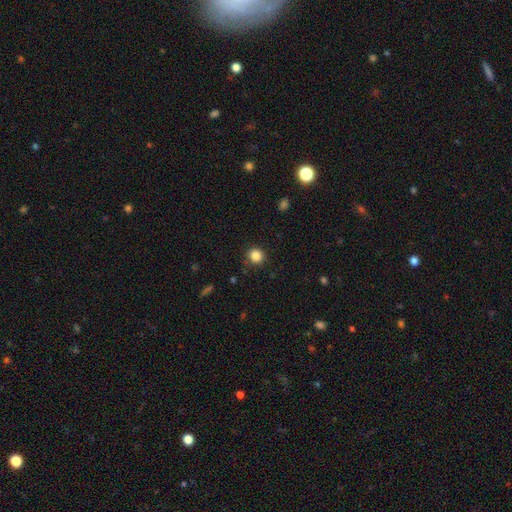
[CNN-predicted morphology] Smooth or featured: smooth — 85% (star or artifact — 11%)
How rounded: round — 89% (in between — 10%)
Merging: none — 89% (minor disturbance — 7%)